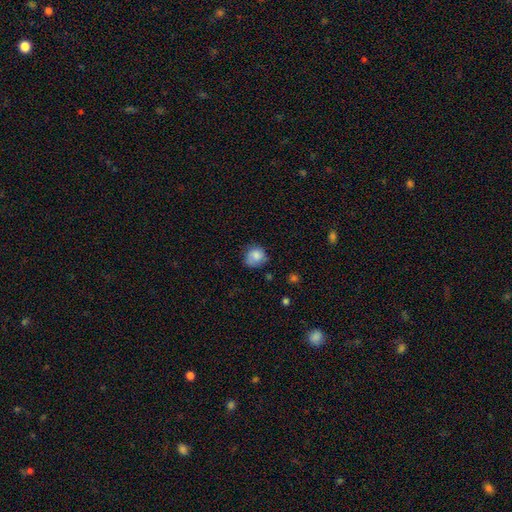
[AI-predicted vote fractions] Morphology: type=smooth (78%); roundness=round (77%); merging=none (64%).